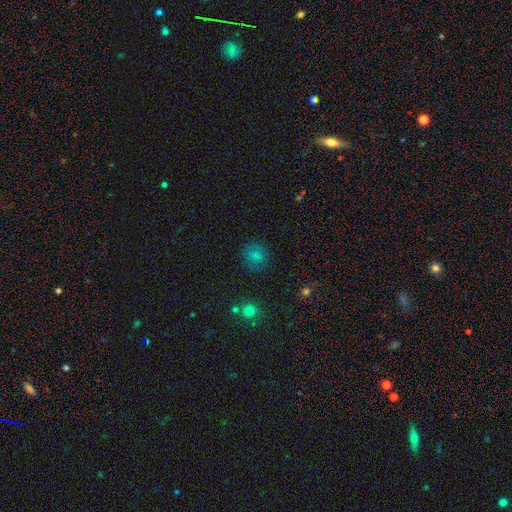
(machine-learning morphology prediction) The model was most divided on "smooth or featured": smooth: 76%, star or artifact: 15%, featured or disk: 9%. More confident: merging — none (81%); how rounded — round (80%).